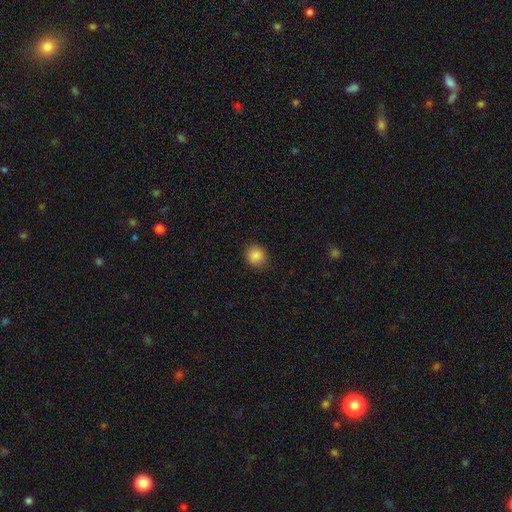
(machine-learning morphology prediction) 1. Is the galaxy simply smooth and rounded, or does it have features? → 87% smooth, 9% star or artifact, 4% featured or disk.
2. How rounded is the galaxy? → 83% round, 16% in between, 1% cigar-shaped.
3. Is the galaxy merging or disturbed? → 88% none, 9% minor disturbance, 3% major disturbance, 1% merger.